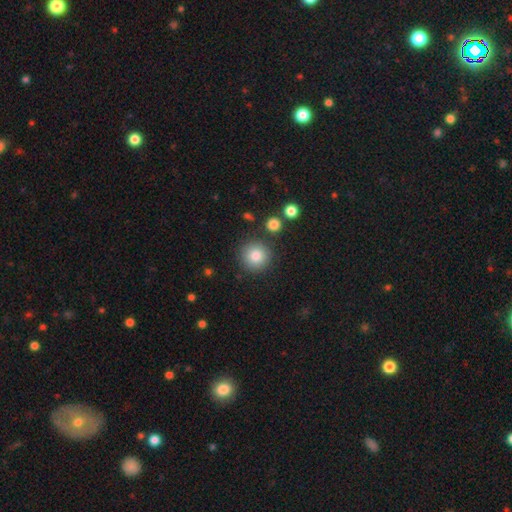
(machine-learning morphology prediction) This appears to be a smooth galaxy with no disk features (84%) that is round (94%). Merging: none (85%).